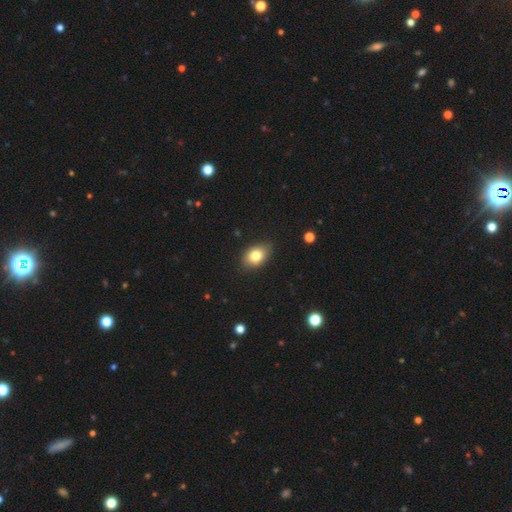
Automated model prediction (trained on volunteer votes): The model was most divided on "how rounded": in between: 81%, round: 18%, cigar-shaped: 1%. More confident: merging — none (83%); smooth or featured — smooth (80%).